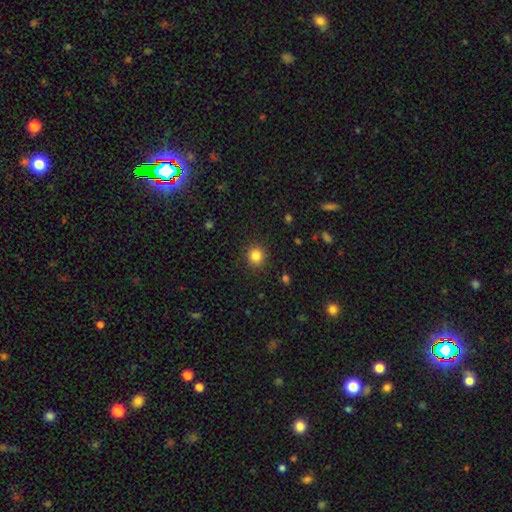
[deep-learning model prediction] Overall: smooth (84%). How rounded: round (90%). Merging: none (90%).